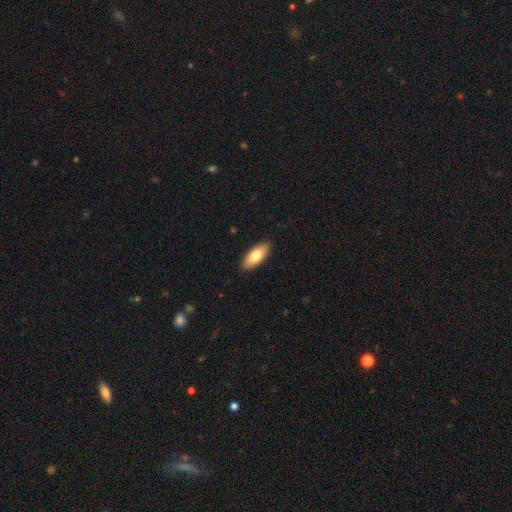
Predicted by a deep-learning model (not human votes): Smooth or featured? smooth (76%)
How rounded? in between (83%)
Merging? none (90%)